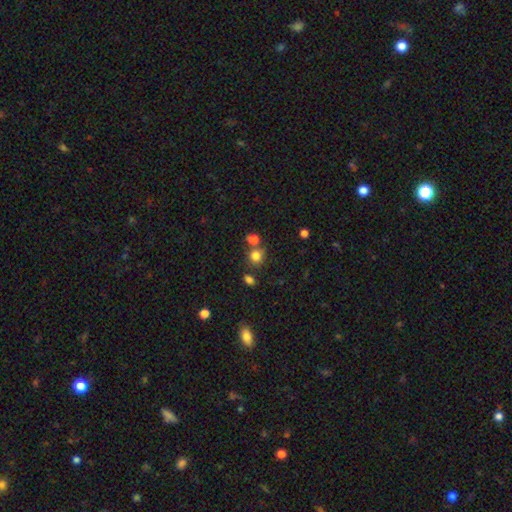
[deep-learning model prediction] The model was most divided on "merging": none: 65%, merger: 21%, minor disturbance: 10%, major disturbance: 4%. More confident: how rounded — round (83%); smooth or featured — smooth (79%).